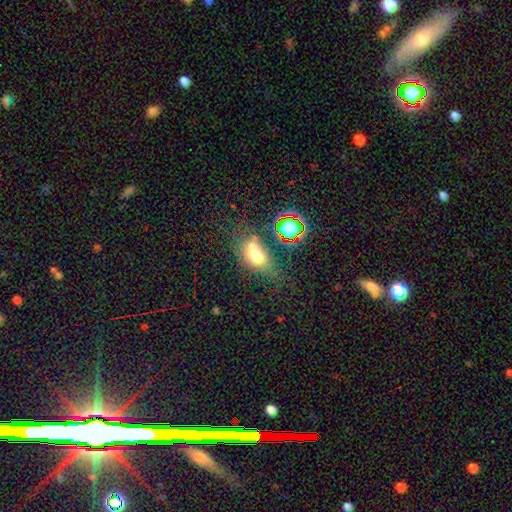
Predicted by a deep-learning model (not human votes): Overall: smooth (62%). How rounded: in between (73%). Merging: none (47%; merger 23%).